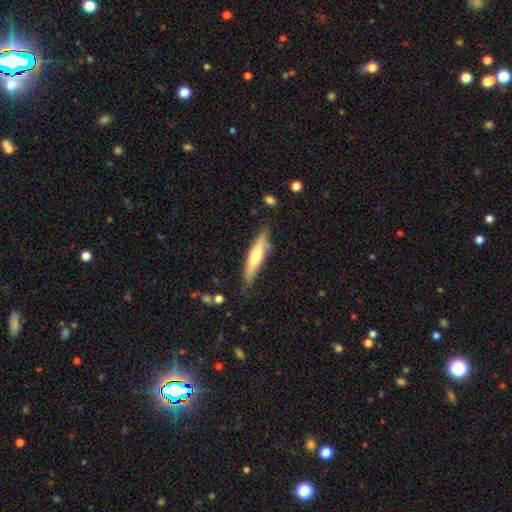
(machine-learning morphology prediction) Q: Smooth or featured?
A: smooth (54%); runner-up: featured or disk (40%)
Q: How rounded?
A: cigar-shaped (81%); runner-up: in between (17%)
Q: Merging?
A: none (76%); runner-up: minor disturbance (18%)